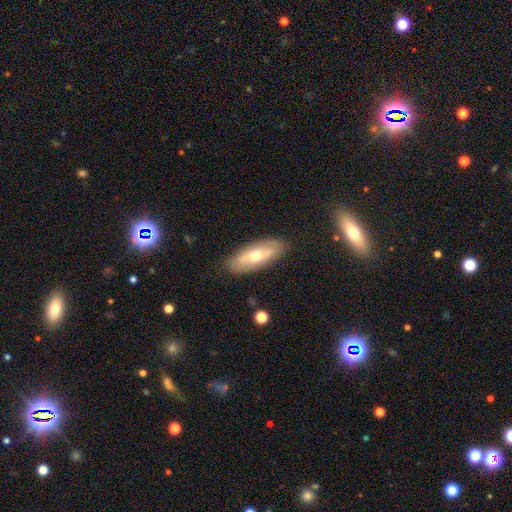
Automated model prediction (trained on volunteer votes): Overall: smooth (52%; featured or disk 42%). How rounded: in between (69%). Merging: none (87%).